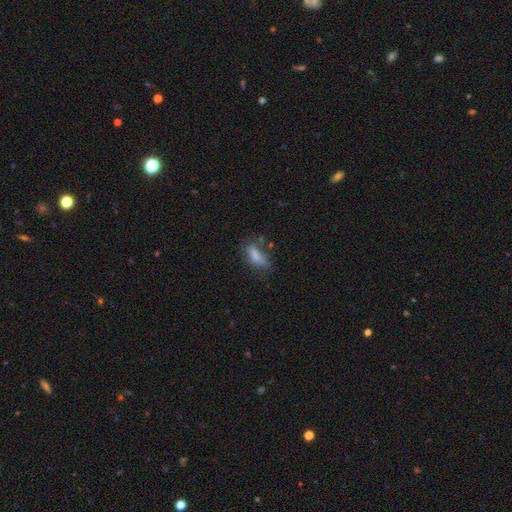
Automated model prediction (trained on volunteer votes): The model was most divided on "how rounded": in between: 58%, cigar-shaped: 39%, round: 3%. Remaining: smooth or featured — smooth (72%); merging — none (50%).